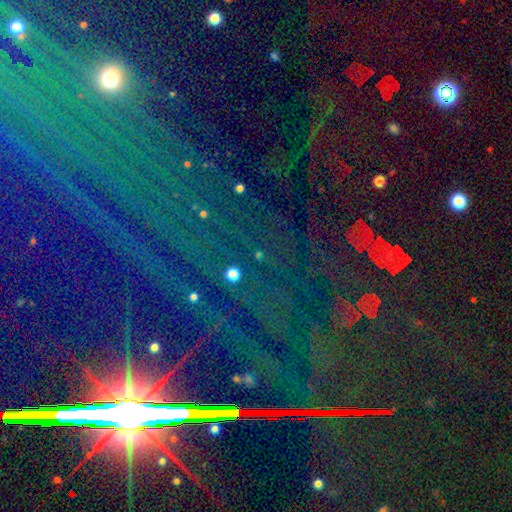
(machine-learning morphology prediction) Overall: star or artifact (83%).